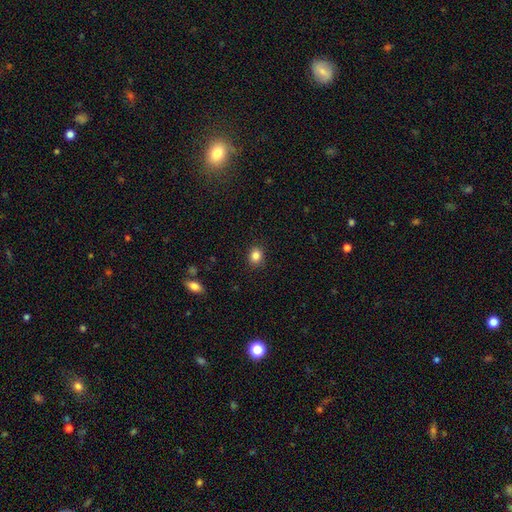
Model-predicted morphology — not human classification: type=smooth (85%); roundness=round (58%); merging=none (88%).